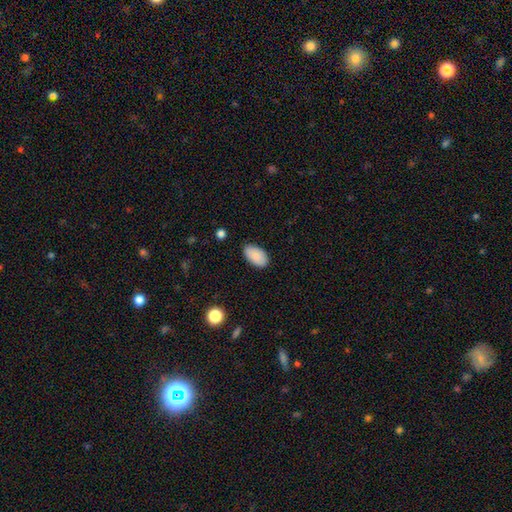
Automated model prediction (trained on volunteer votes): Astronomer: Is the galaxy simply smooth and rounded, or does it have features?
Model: smooth — 89%.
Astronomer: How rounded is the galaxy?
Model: in between — 95%.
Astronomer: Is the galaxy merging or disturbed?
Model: none — 85%.